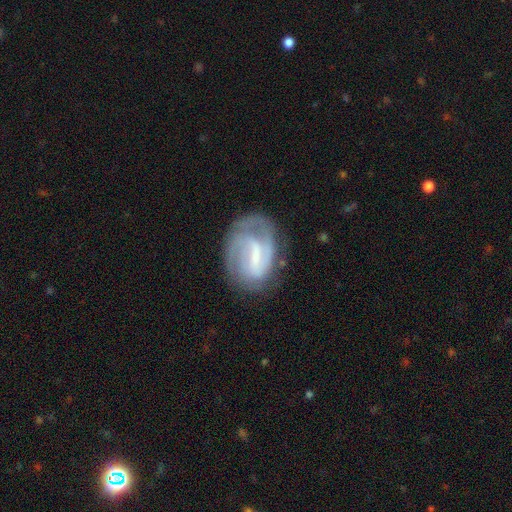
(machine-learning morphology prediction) Smooth or featured?
  - featured or disk: 77% *
  - smooth: 16%
  - star or artifact: 7%
Edge-on disk?
  - no: 97% *
  - yes: 3%
Bar?
  - weak: 47% *
  - strong: 40%
  - no: 13%
Spiral arms?
  - yes: 88% *
  - no: 12%
Spiral winding?
  - tight: 45% *
  - medium: 39%
  - loose: 17%
Spiral arm count?
  - 2: 45% *
  - can't tell: 27%
  - 1: 12%
  - 3: 11%
  - 4: 3%
  - more than 4: 3%
Bulge size?
  - small: 46% *
  - none: 28%
  - moderate: 22%
  - large: 4%
  - dominant: 1%
Merging?
  - none: 62% *
  - minor disturbance: 22%
  - major disturbance: 14%
  - merger: 2%